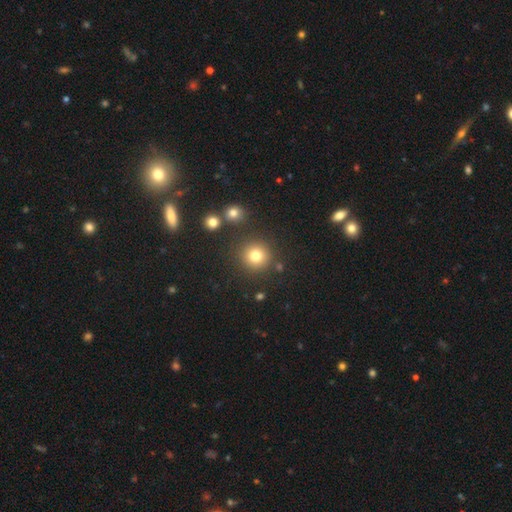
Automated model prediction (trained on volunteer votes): Morphology: type=smooth (79%); roundness=round (94%); merging=none (85%).